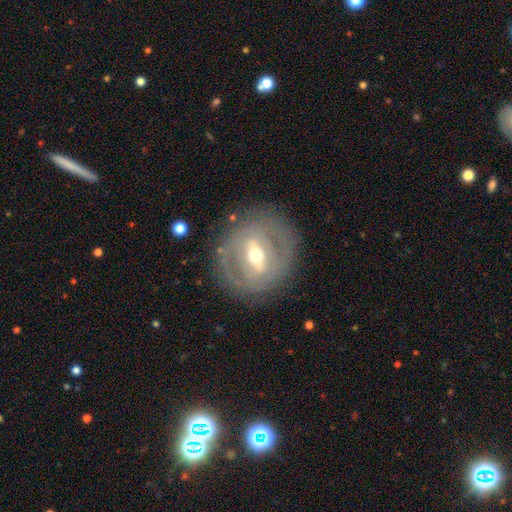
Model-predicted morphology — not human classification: Smooth or featured: featured or disk — 76% (smooth — 17%)
Edge-on disk: no — 90% (yes — 10%)
Bar: strong — 54% (weak — 34%)
Spiral arms: no — 52% (yes — 48%)
Bulge size: moderate — 64% (small — 30%)
Merging: none — 80% (minor disturbance — 12%)